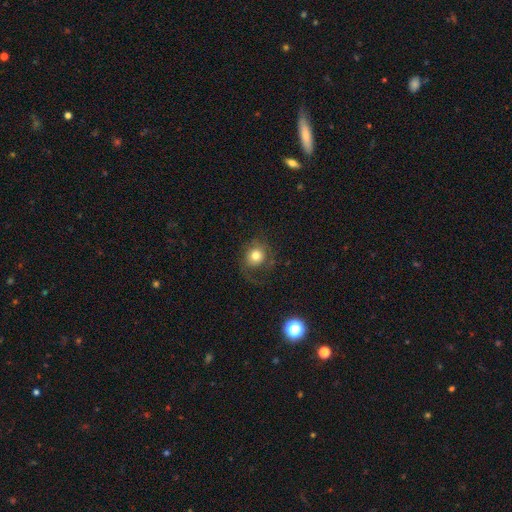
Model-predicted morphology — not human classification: Overall: smooth (64%; featured or disk 25%). How rounded: round (80%). Merging: none (55%; major disturbance 25%).